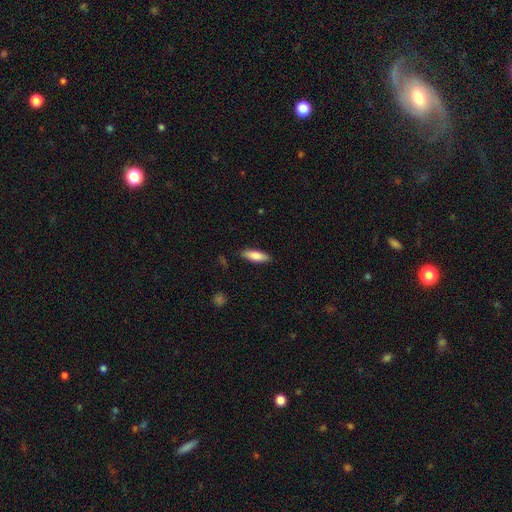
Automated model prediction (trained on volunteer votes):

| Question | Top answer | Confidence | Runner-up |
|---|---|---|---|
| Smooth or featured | smooth | 80% | featured or disk (14%) |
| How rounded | in between | 55% | cigar-shaped (43%) |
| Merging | none | 87% | minor disturbance (10%) |